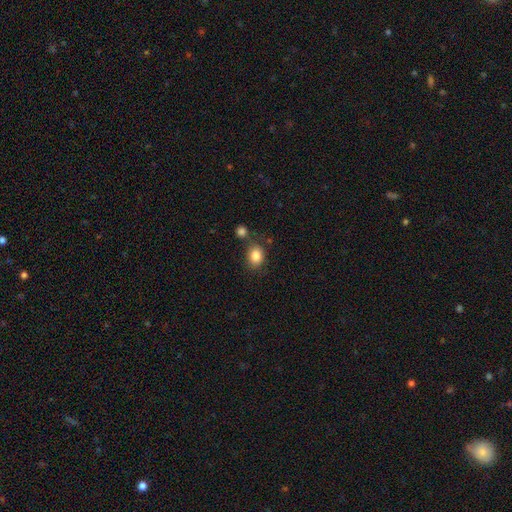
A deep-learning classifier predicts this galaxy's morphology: Smooth or featured?
  - smooth: 84% *
  - star or artifact: 10%
  - featured or disk: 7%
How rounded?
  - round: 53% *
  - in between: 47%
  - cigar-shaped: 1%
Merging?
  - none: 70% *
  - minor disturbance: 14%
  - merger: 12%
  - major disturbance: 4%